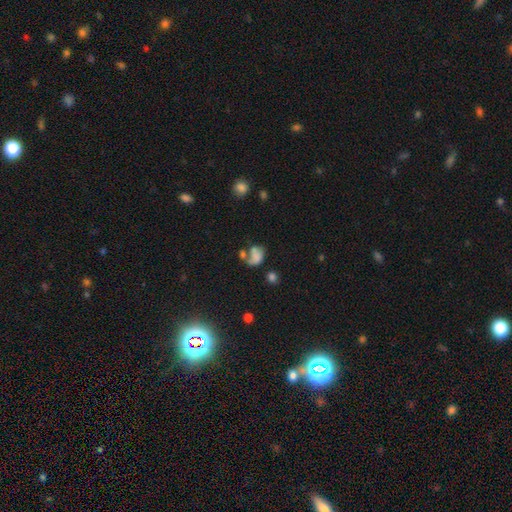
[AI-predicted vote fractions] The model was most divided on "merging": merger: 34%, major disturbance: 25%, none: 25%, minor disturbance: 17%. More confident: how rounded — in between (66%); smooth or featured — smooth (63%).